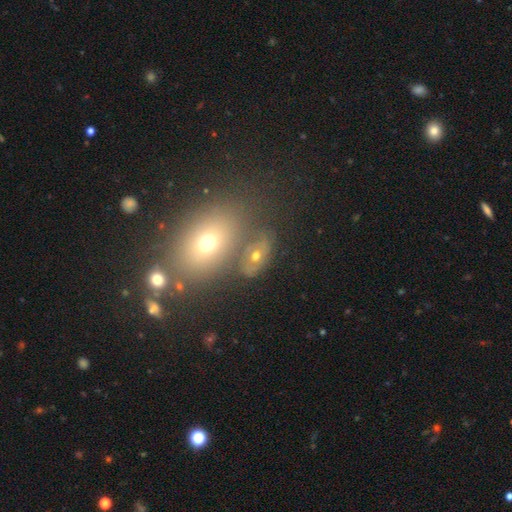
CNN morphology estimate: Smooth or featured?
  - smooth: 50% *
  - featured or disk: 30%
  - star or artifact: 20%
Merging?
  - none: 58% *
  - merger: 20%
  - minor disturbance: 14%
  - major disturbance: 8%